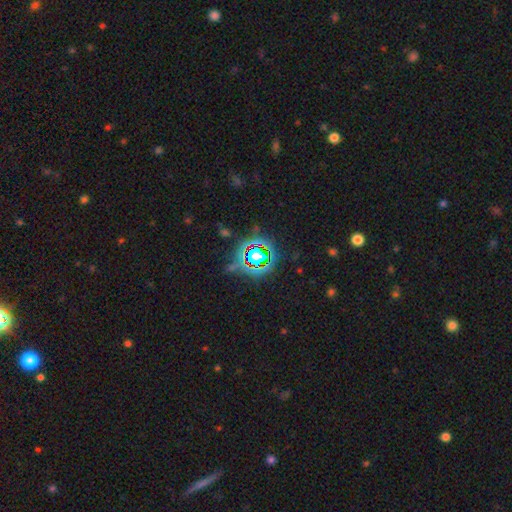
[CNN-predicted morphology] This is likely a star or artifact rather than a galaxy (69%).